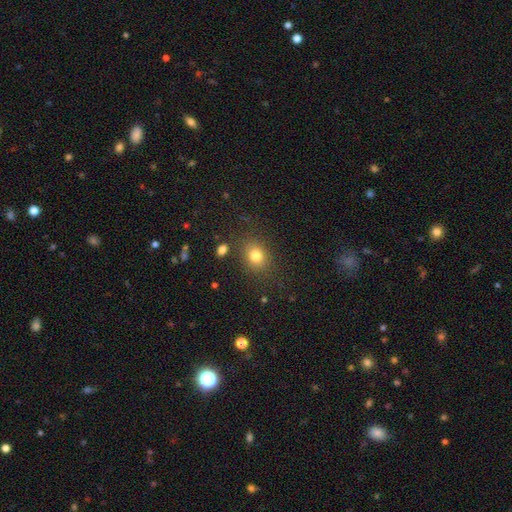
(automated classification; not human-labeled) This is likely a smooth galaxy (80%). How rounded: possibly in between (50%). Merging: clearly none (80%).